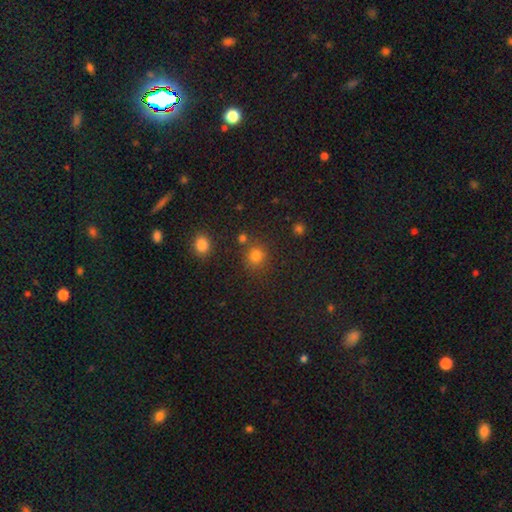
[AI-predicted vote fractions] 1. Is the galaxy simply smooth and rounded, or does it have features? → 78% smooth, 17% star or artifact, 5% featured or disk.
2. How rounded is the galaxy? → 87% round, 12% in between, 1% cigar-shaped.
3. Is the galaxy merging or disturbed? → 78% none, 10% merger, 9% minor disturbance, 4% major disturbance.